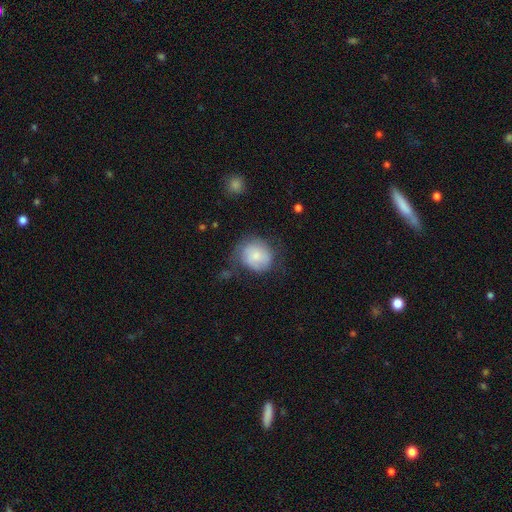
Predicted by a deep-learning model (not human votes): A smooth galaxy with no disk features (71%) that is round (75%). Merging: none (49%).